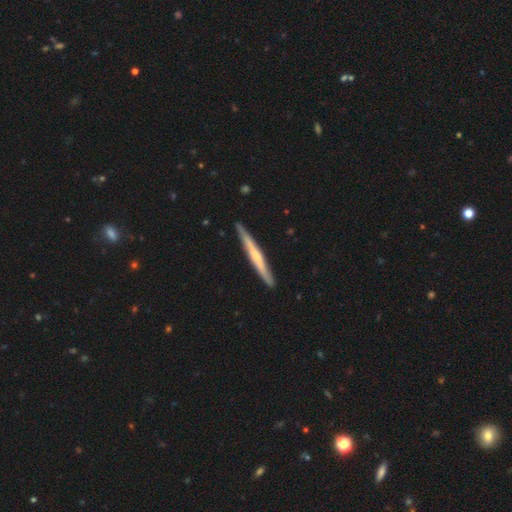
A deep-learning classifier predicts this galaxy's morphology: This is possibly a featured or disk galaxy (58%). It is clearly viewed edge-on (96%). Edge-on bulge: possibly rounded (47%). Merging: clearly none (89%).